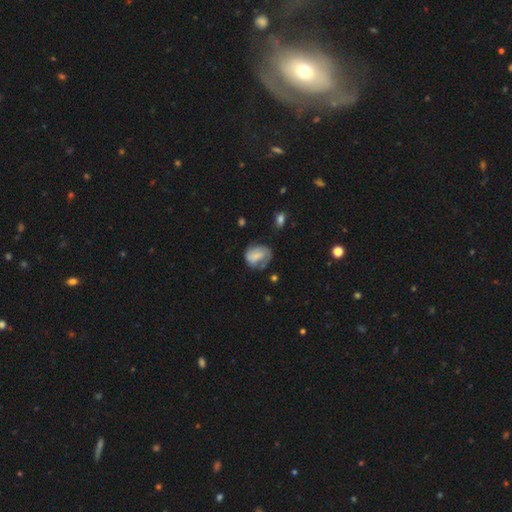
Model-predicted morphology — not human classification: Smooth or featured? Predicted: smooth (p=0.52). How rounded? Predicted: round (p=0.50). Merging? Predicted: none (p=0.48).